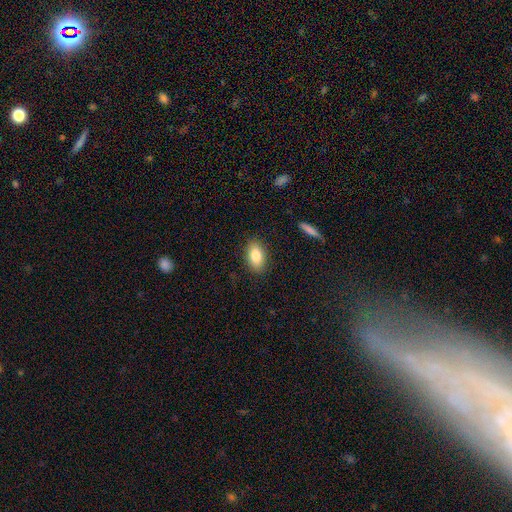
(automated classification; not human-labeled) Morphology: type=smooth (83%); roundness=in between (90%); merging=none (87%).